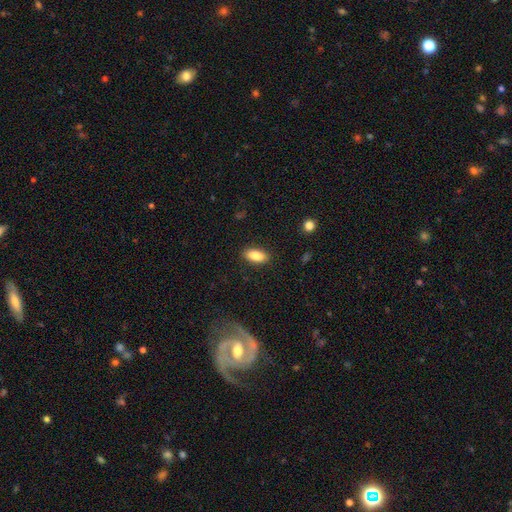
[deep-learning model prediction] Smooth or featured? Predicted: smooth (p=0.87). How rounded? Predicted: in between (p=0.88). Merging? Predicted: none (p=0.88).